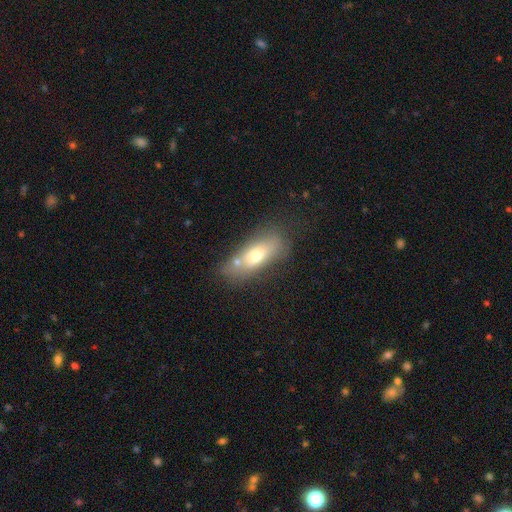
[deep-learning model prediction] Smooth or featured? Predicted: smooth (p=0.64). How rounded? Predicted: in between (p=0.72). Merging? Predicted: none (p=0.55).